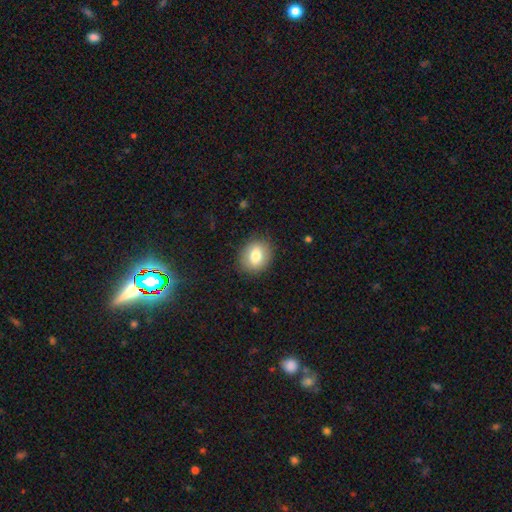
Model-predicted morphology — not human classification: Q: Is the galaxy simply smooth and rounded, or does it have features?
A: smooth — 77%.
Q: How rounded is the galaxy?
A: round — 57%.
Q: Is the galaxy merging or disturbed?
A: none — 87%.